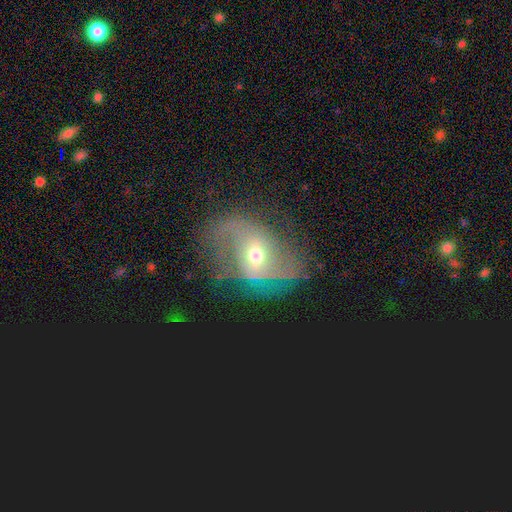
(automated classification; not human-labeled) smooth_or_featured: featured or disk (p=0.80) [alt: smooth p=0.11]
disk_edge_on: no (p=0.96) [alt: yes p=0.04]
bar: no (p=0.43) [alt: weak p=0.39]
has_spiral_arms: yes (p=0.89) [alt: no p=0.11]
spiral_winding: loose (p=0.44) [alt: medium p=0.39]
spiral_arm_count: 2 (p=0.78) [alt: can't tell p=0.11]
bulge_size: moderate (p=0.59) [alt: small p=0.35]
merging: none (p=0.63) [alt: minor disturbance p=0.20]